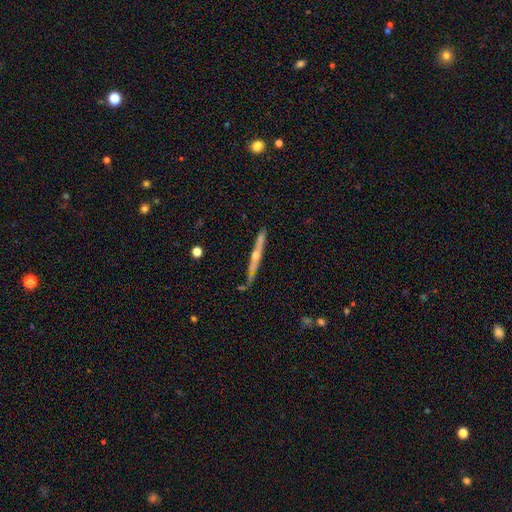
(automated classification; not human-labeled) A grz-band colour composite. It shows a featured or disk galaxy (74%) viewed edge-on (97%) with a rounded central bulge (79%). Merging: none (82%).